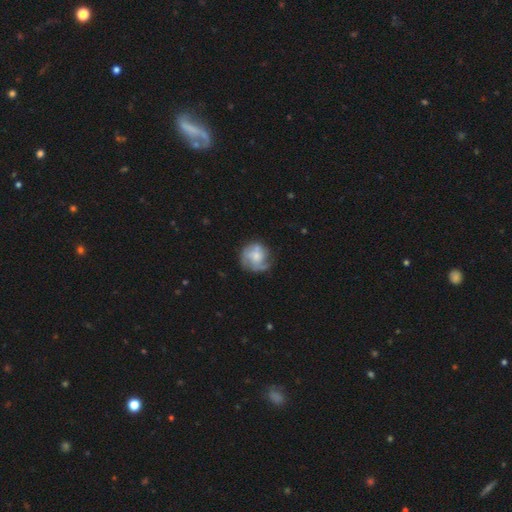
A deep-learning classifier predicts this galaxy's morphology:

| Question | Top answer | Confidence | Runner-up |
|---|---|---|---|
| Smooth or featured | featured or disk | 53% | smooth (40%) |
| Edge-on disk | no | 98% | yes (2%) |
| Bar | no | 75% | weak (22%) |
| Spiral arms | yes | 78% | no (22%) |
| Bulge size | small | 42% | tied: moderate (42%) |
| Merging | none | 62% | minor disturbance (23%) |